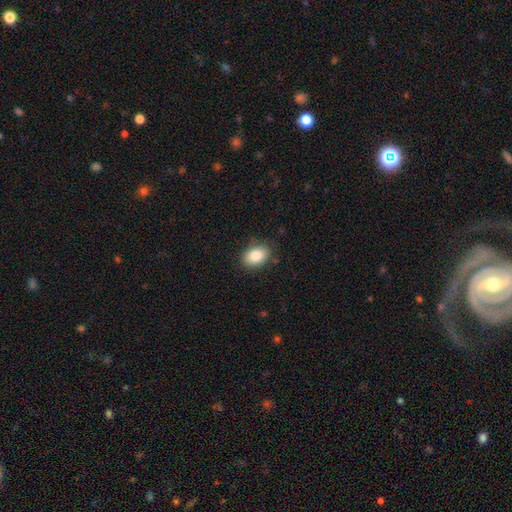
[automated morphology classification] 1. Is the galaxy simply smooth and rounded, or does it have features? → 85% smooth, 8% star or artifact, 8% featured or disk.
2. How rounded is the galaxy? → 82% in between, 17% round, 1% cigar-shaped.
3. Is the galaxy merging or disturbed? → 84% none, 12% minor disturbance, 3% major disturbance, 1% merger.